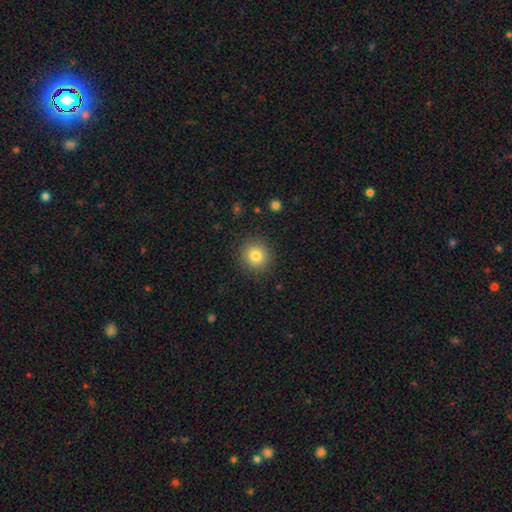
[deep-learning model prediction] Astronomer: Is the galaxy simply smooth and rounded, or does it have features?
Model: smooth — 82%.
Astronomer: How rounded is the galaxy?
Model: round — 91%.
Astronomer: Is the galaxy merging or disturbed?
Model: none — 90%.